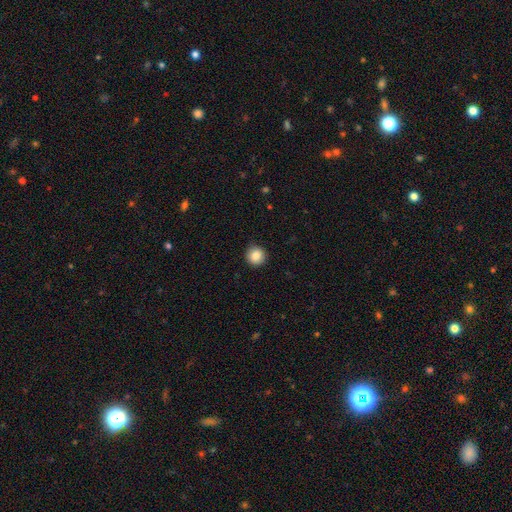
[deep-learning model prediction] A smooth galaxy with no disk features (85%) that is round (94%). Merging: none (90%).